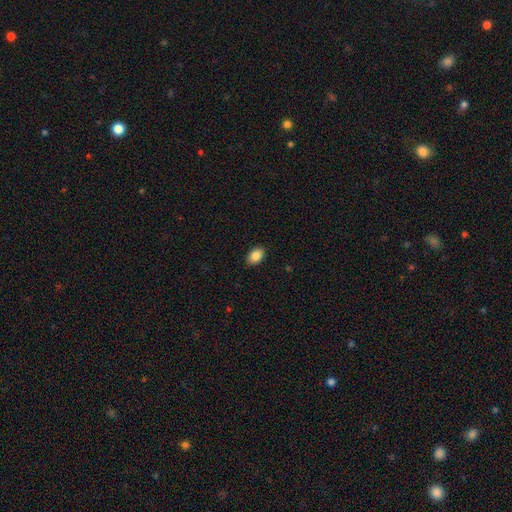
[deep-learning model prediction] Overall: smooth (87%). How rounded: in between (88%). Merging: none (89%).